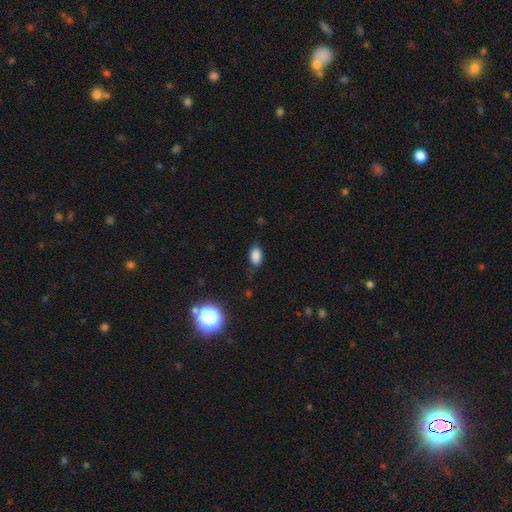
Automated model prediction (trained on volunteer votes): Overall: smooth (84%). How rounded: in between (88%). Merging: none (76%).